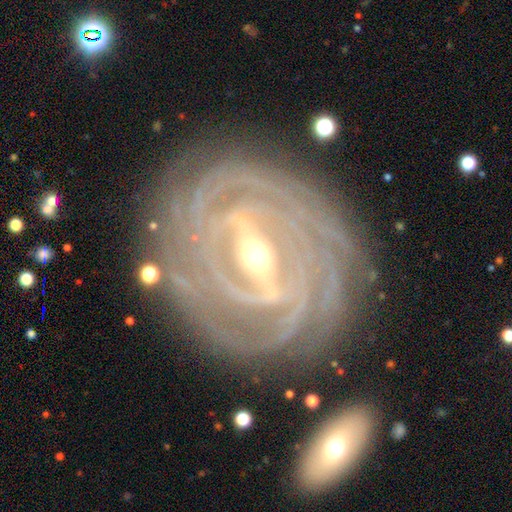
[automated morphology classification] This appears to be a featured or disk galaxy (92%) with a strong bar (65%), 4 (31%) tight (86%) spiral arms (98%) and a moderate central bulge (56%). Merging: none (81%).